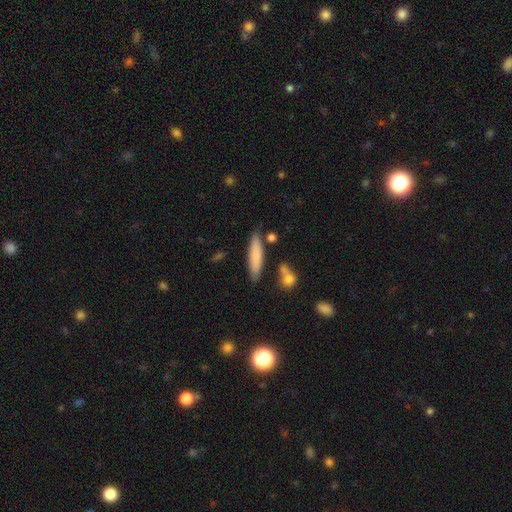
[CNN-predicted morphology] type=smooth (78%); roundness=cigar-shaped (79%); merging=none (79%).